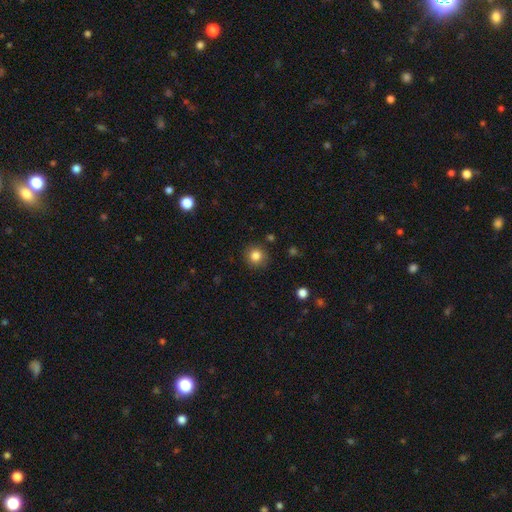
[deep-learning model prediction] Smooth or featured?
  - smooth: 83% *
  - star or artifact: 11%
  - featured or disk: 6%
How rounded?
  - round: 92% *
  - in between: 7%
  - cigar-shaped: 1%
Merging?
  - none: 89% *
  - minor disturbance: 8%
  - major disturbance: 2%
  - merger: 1%